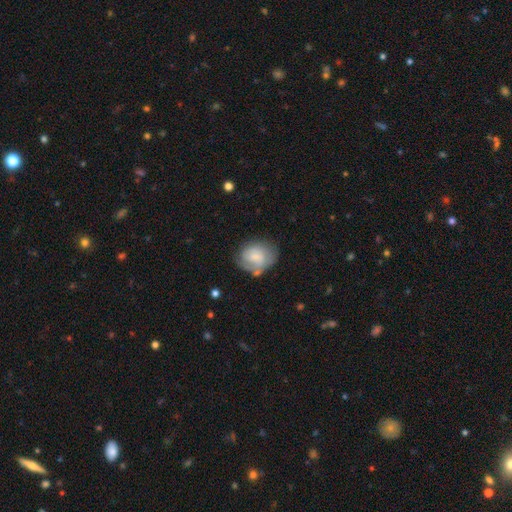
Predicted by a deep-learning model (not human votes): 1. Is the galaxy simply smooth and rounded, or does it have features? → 57% smooth, 34% featured or disk, 9% star or artifact.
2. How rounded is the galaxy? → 60% round, 39% in between, 1% cigar-shaped.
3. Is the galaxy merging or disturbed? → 65% none, 23% minor disturbance, 8% major disturbance, 3% merger.